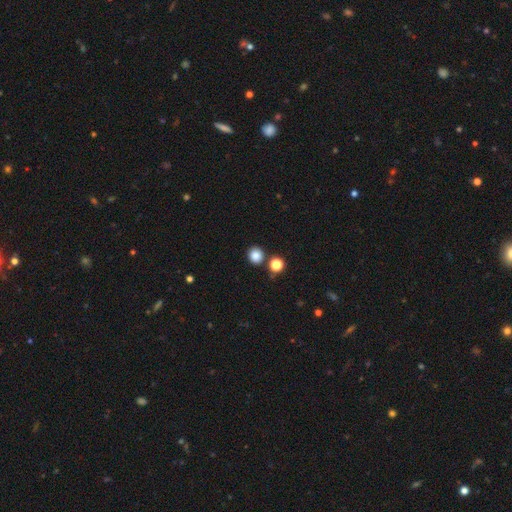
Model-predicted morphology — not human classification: Smooth or featured? Predicted: smooth (p=0.84). How rounded? Predicted: round (p=0.89). Merging? Predicted: none (p=0.82).